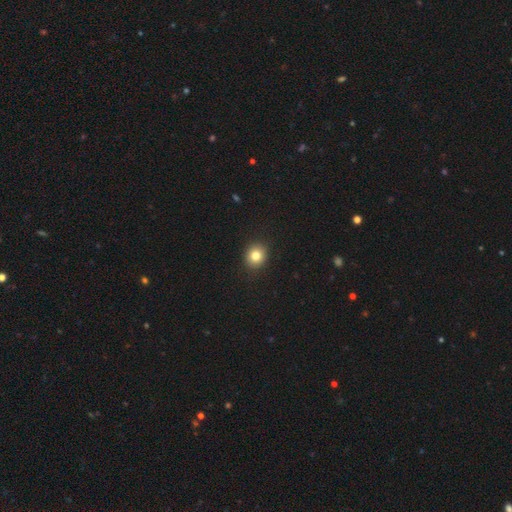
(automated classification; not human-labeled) Smooth or featured: smooth — 82% (star or artifact — 11%)
How rounded: round — 76% (in between — 24%)
Merging: none — 90% (minor disturbance — 7%)